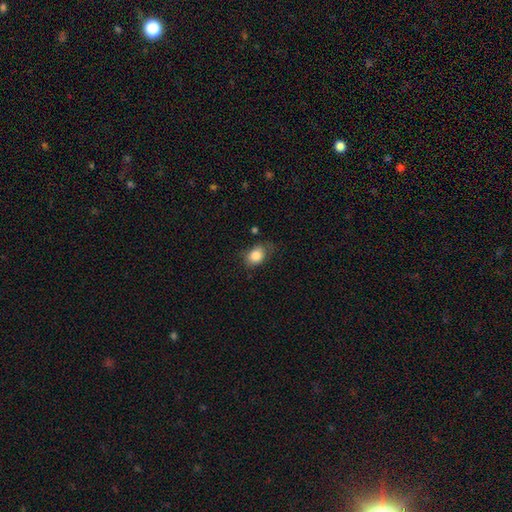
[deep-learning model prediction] Smooth or featured?
  - smooth: 84% *
  - star or artifact: 9%
  - featured or disk: 8%
How rounded?
  - in between: 67% *
  - round: 31%
  - cigar-shaped: 1%
Merging?
  - none: 62% *
  - minor disturbance: 27%
  - major disturbance: 8%
  - merger: 2%